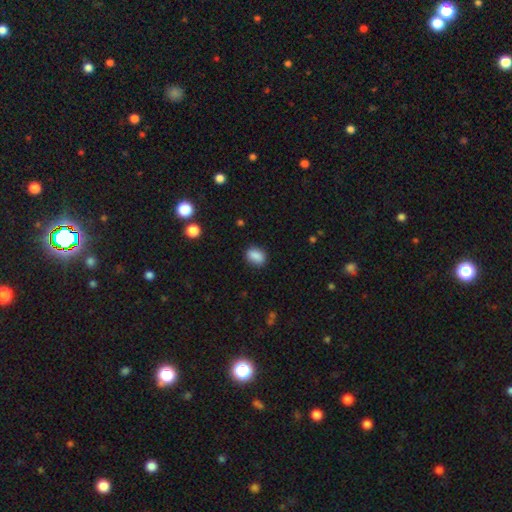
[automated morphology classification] Smooth or featured? Predicted: smooth (p=0.87). How rounded? Predicted: in between (p=0.77). Merging? Predicted: none (p=0.83).